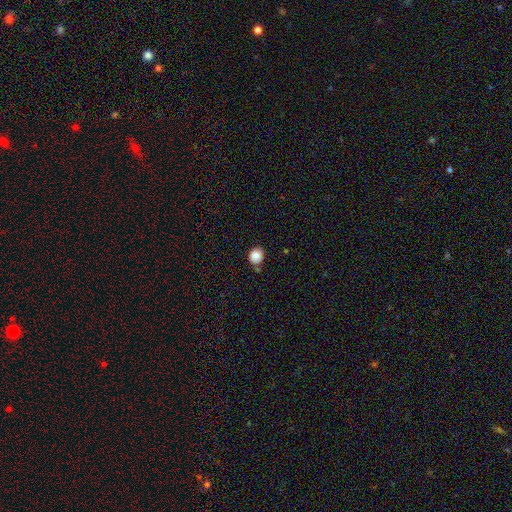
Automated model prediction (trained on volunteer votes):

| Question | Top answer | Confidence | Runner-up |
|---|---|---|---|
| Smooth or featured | smooth | 86% | star or artifact (10%) |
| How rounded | round | 76% | in between (23%) |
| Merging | none | 73% | minor disturbance (17%) |